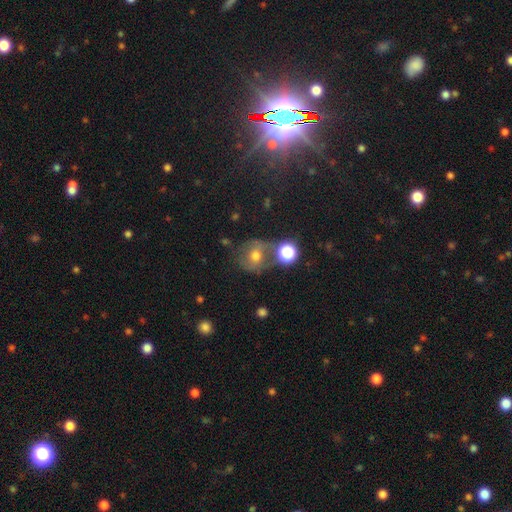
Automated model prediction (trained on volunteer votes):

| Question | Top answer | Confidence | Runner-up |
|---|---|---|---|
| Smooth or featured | smooth | 48% | featured or disk (34%) |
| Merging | none | 53% | minor disturbance (18%) |